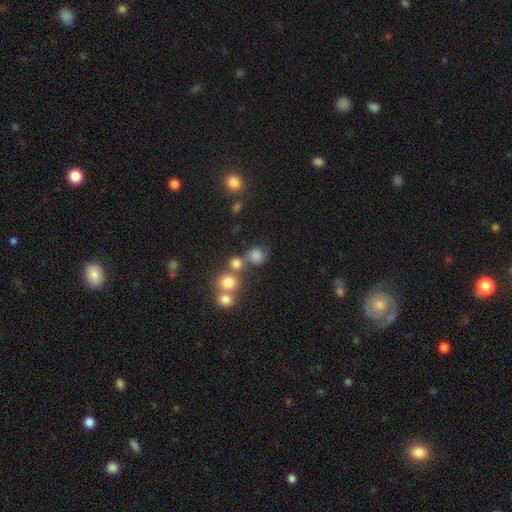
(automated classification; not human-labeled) Morphology: type=smooth (72%); roundness=round (84%); merging=none (57%).